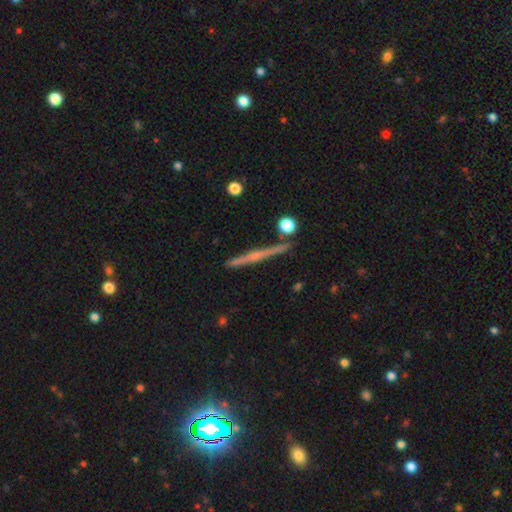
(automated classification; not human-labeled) Q: Smooth or featured?
A: featured or disk (68%); runner-up: smooth (23%)
Q: Edge-on disk?
A: yes (98%); runner-up: no (2%)
Q: Edge-on bulge?
A: rounded (56%); runner-up: none (36%)
Q: Merging?
A: none (88%); runner-up: minor disturbance (7%)